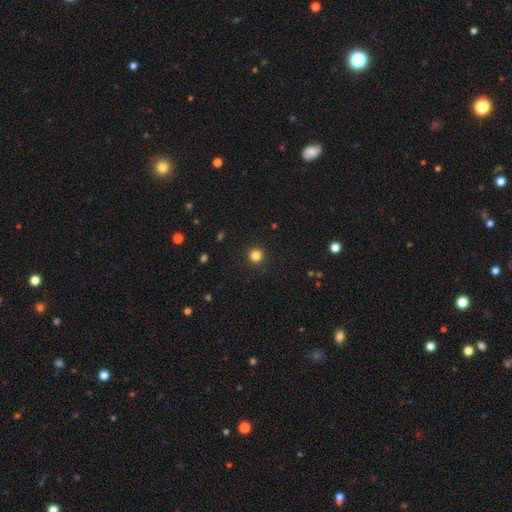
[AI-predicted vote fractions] The model was most divided on "smooth or featured": smooth: 83%, star or artifact: 13%, featured or disk: 4%. More confident: how rounded — round (96%); merging — none (93%).